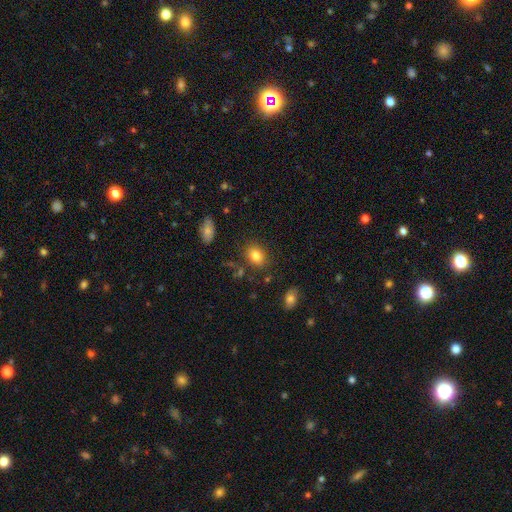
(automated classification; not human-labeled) Overall: smooth (82%). How rounded: in between (66%; round 33%). Merging: none (81%).